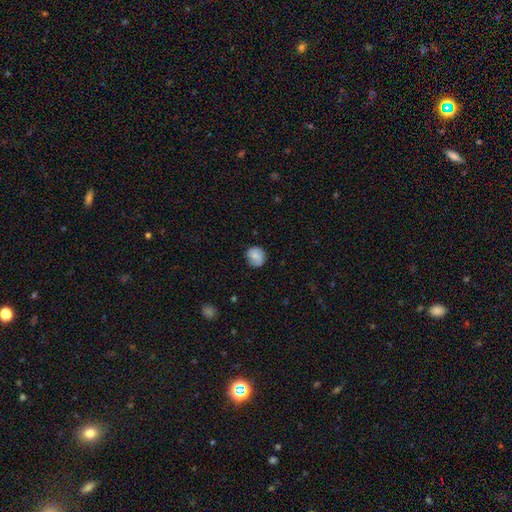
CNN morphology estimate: A smooth galaxy with no disk features (78%) that is round (85%). Merging: none (76%).